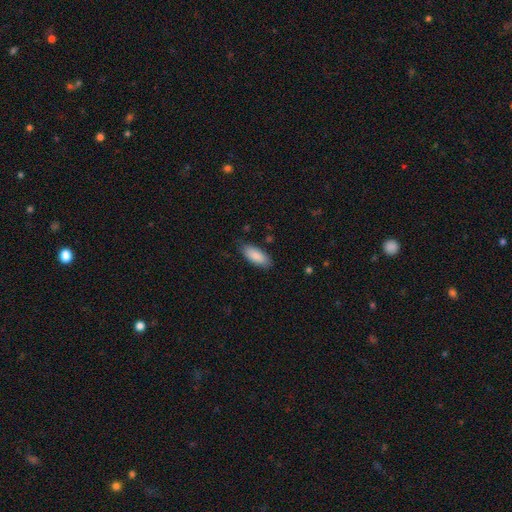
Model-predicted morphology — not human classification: A smooth galaxy with no disk features (88%) that is in between round and cigar-shaped (82%). Merging: none (80%).